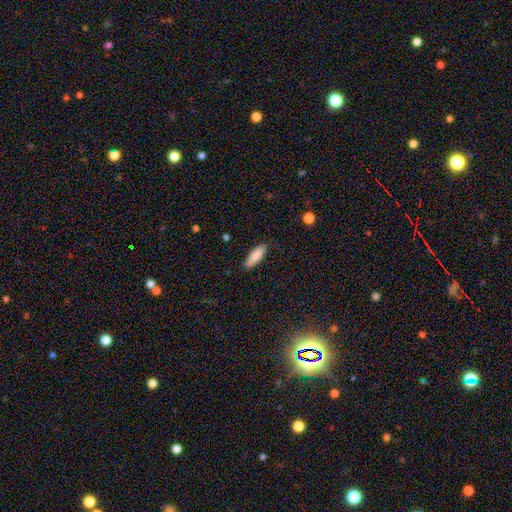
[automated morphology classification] This appears to be a smooth galaxy with no disk features (85%) that is in between round and cigar-shaped (58%). Merging: none (84%).